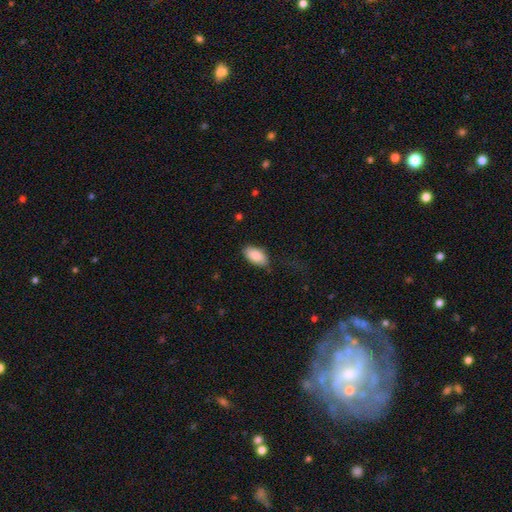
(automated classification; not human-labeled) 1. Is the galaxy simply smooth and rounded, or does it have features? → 88% smooth, 6% featured or disk, 6% star or artifact.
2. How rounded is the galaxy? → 94% in between, 3% cigar-shaped, 3% round.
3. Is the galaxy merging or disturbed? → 75% none, 19% minor disturbance, 5% major disturbance, 1% merger.